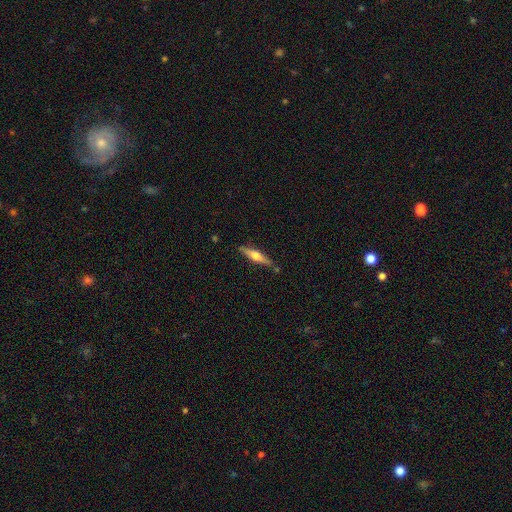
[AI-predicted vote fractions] Q: Smooth or featured?
A: featured or disk (60%); runner-up: smooth (34%)
Q: Edge-on disk?
A: yes (96%); runner-up: no (4%)
Q: Edge-on bulge?
A: rounded (91%); runner-up: boxy (6%)
Q: Merging?
A: none (82%); runner-up: minor disturbance (12%)